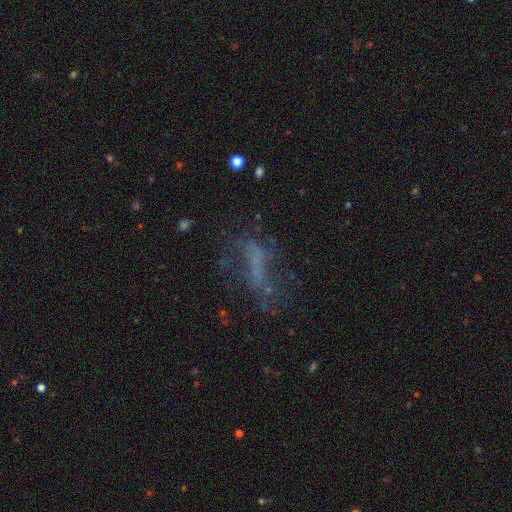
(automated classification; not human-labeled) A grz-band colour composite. It shows a featured or disk galaxy (45%). Merging: none (49%).